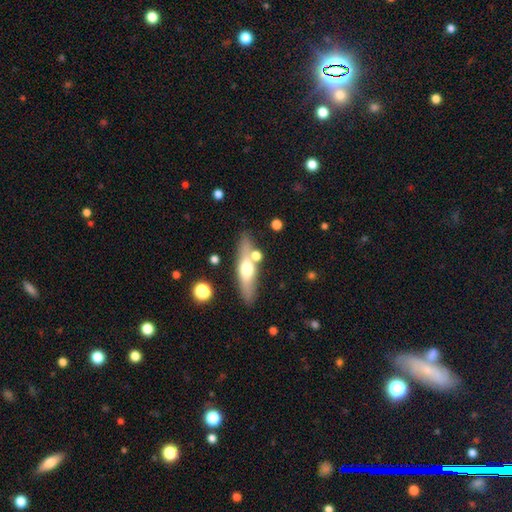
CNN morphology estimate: smooth_or_featured: featured or disk (p=0.47) [tied with: smooth p=0.47]
merging: none (p=0.76) [alt: minor disturbance p=0.11]